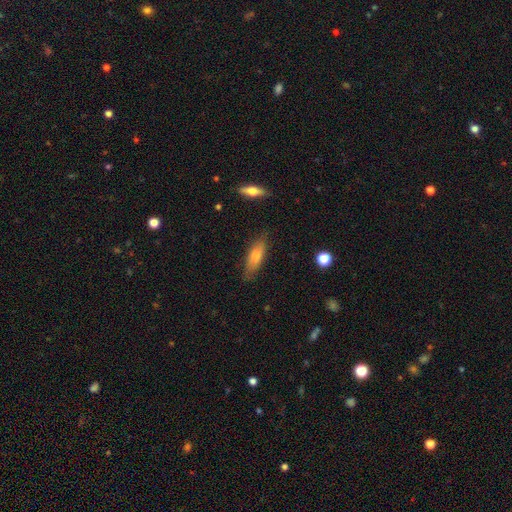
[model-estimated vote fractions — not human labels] A smooth galaxy with no disk features (77%) that is in between round and cigar-shaped (56%). Merging: none (76%).